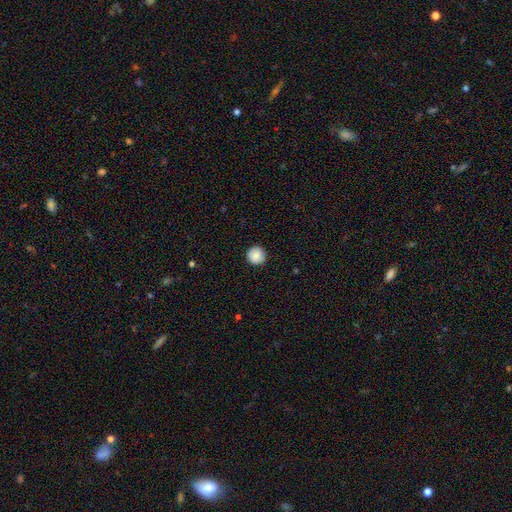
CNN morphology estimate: This appears to be a smooth galaxy with no disk features (82%) that is round (95%). Merging: none (89%).